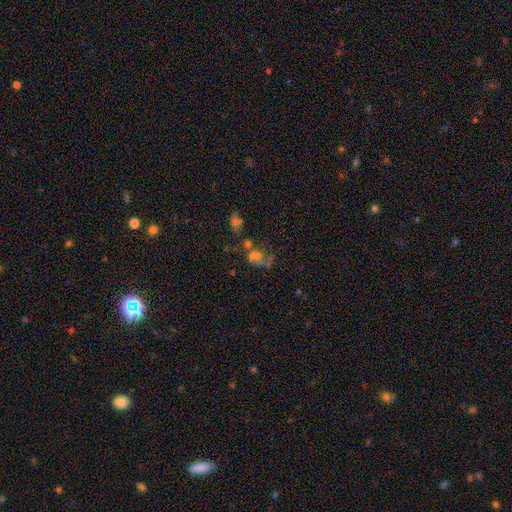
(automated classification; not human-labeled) A featured or disk galaxy (45%).

Vote fractions:
- Smooth or featured? featured or disk: 45% / smooth: 36% / star or artifact: 18%
- Merging? merger: 34% / none: 26% / major disturbance: 26% / minor disturbance: 14%